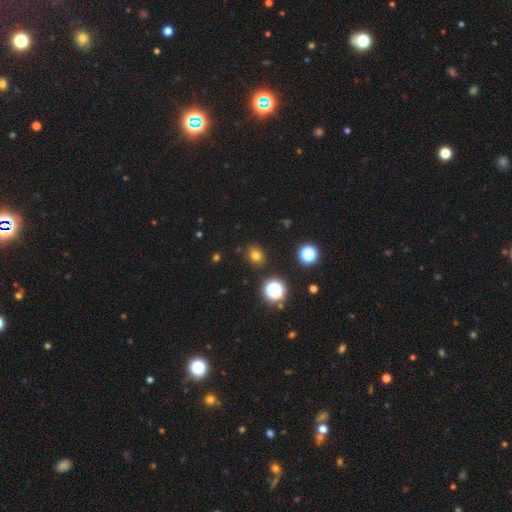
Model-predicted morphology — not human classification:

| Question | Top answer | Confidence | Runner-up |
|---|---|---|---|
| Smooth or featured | smooth | 72% | star or artifact (21%) |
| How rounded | round | 65% | in between (34%) |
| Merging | none | 87% | minor disturbance (8%) |